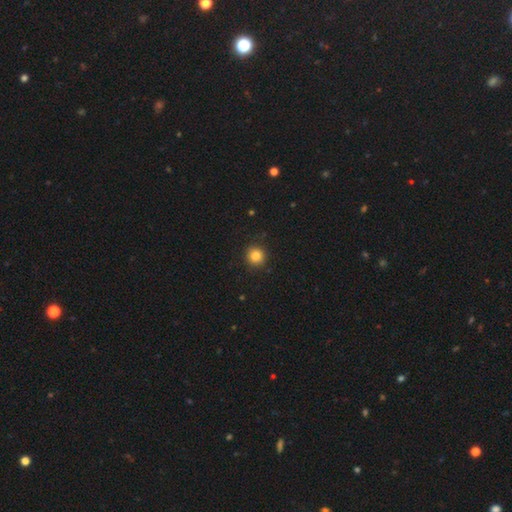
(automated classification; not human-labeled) smooth 84%, star or artifact 11%, featured or disk 5%. Down the decision tree: how rounded — round (90%); merging — none (90%).